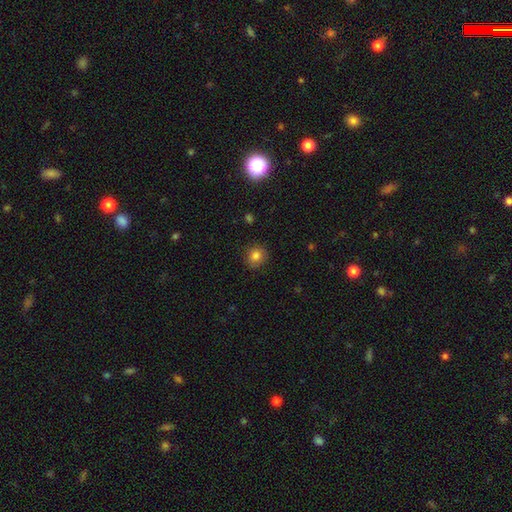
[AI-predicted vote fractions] Smooth or featured: smooth — 82% (star or artifact — 11%)
How rounded: round — 87% (in between — 12%)
Merging: none — 86% (minor disturbance — 10%)